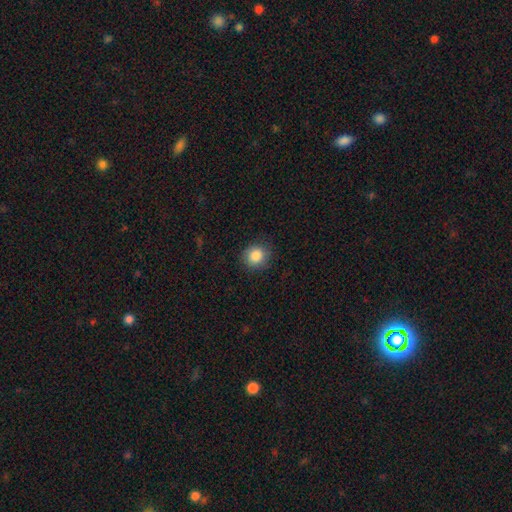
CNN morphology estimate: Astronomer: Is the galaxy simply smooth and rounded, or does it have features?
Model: smooth — 86%.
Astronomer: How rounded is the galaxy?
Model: round — 81%.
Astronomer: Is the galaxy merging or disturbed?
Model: none — 84%.